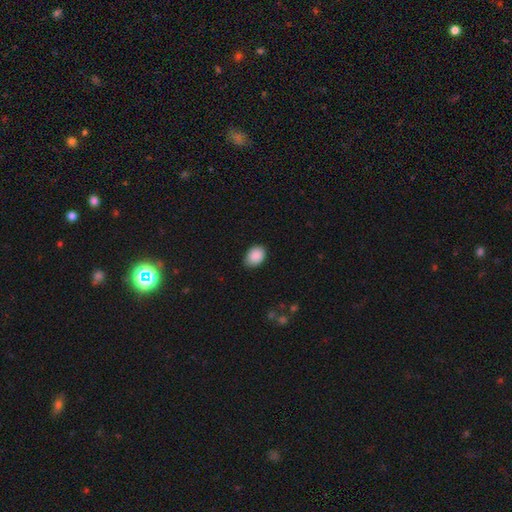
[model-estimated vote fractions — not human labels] Smooth or featured?
  - smooth: 90% *
  - star or artifact: 7%
  - featured or disk: 3%
How rounded?
  - in between: 74% *
  - round: 25%
  - cigar-shaped: 1%
Merging?
  - none: 81% *
  - minor disturbance: 15%
  - major disturbance: 2%
  - merger: 1%